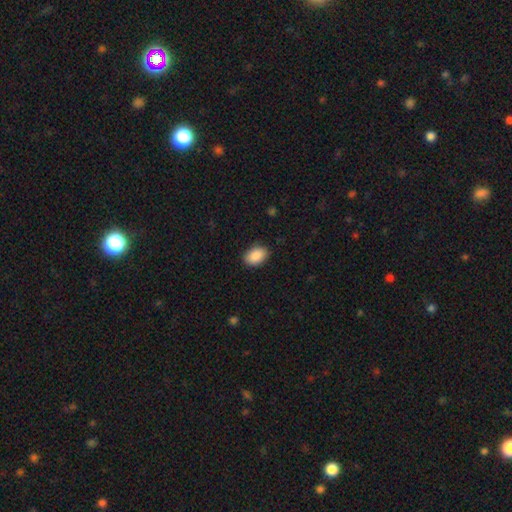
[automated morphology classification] This is clearly a smooth galaxy (89%). How rounded: clearly in between (88%). Merging: clearly none (87%).